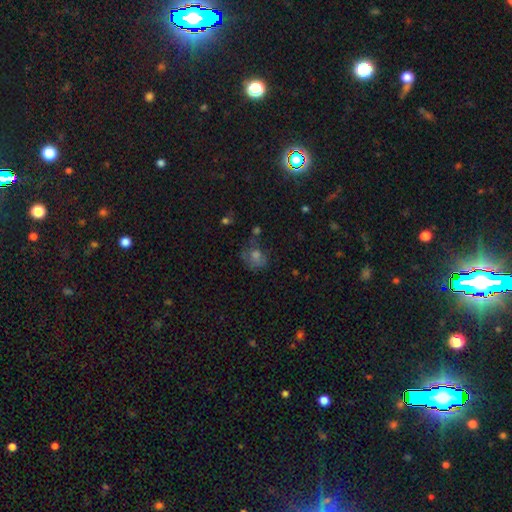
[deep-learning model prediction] smooth_or_featured: smooth (p=0.46) [alt: star or artifact p=0.30]
merging: none (p=0.50) [alt: minor disturbance p=0.24]